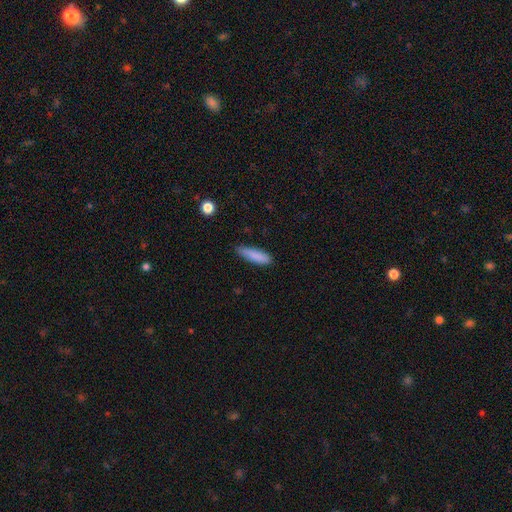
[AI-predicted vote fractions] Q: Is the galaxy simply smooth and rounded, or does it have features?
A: smooth — 86%.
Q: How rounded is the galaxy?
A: cigar-shaped — 65%.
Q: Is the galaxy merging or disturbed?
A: none — 76%.